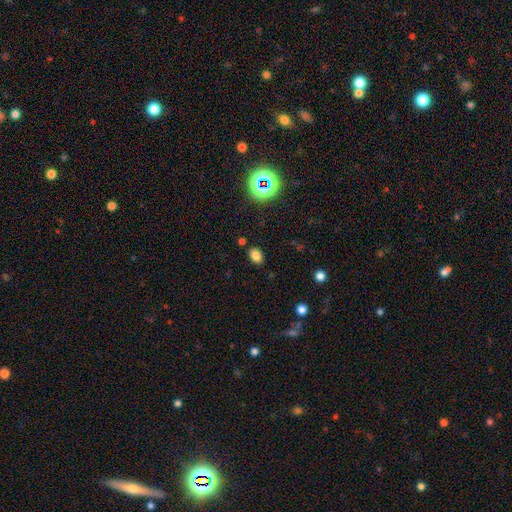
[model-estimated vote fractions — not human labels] This is likely a smooth galaxy (78%). How rounded: likely in between (74%). Merging: clearly none (85%).